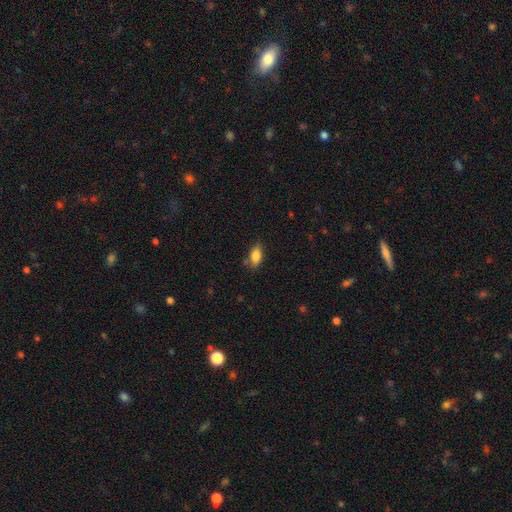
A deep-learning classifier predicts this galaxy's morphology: Smooth or featured?
  - smooth: 85% *
  - star or artifact: 8%
  - featured or disk: 6%
How rounded?
  - in between: 89% *
  - cigar-shaped: 6%
  - round: 5%
Merging?
  - none: 73% *
  - minor disturbance: 20%
  - major disturbance: 4%
  - merger: 3%